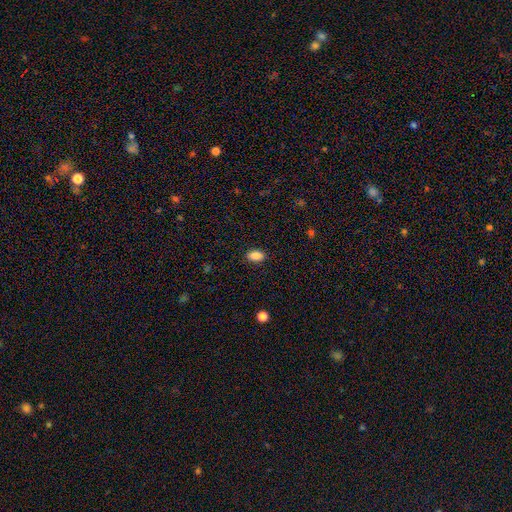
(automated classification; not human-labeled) Smooth or featured? smooth (87%)
How rounded? in between (88%)
Merging? none (88%)